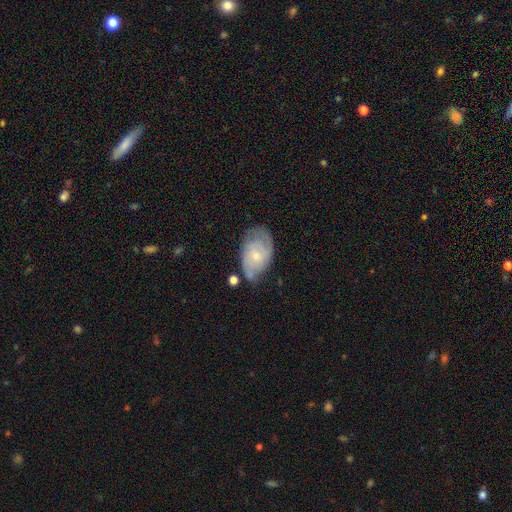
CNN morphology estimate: Overall: featured or disk (68%). Edge-on disk: no (96%). Bar: no (75%). Spiral arms: yes (86%). Spiral arm count: 2 (51%; can't tell 30%). Spiral winding: tight (50%; medium 36%). Bulge size: small (73%). Merging: none (54%; minor disturbance 28%).